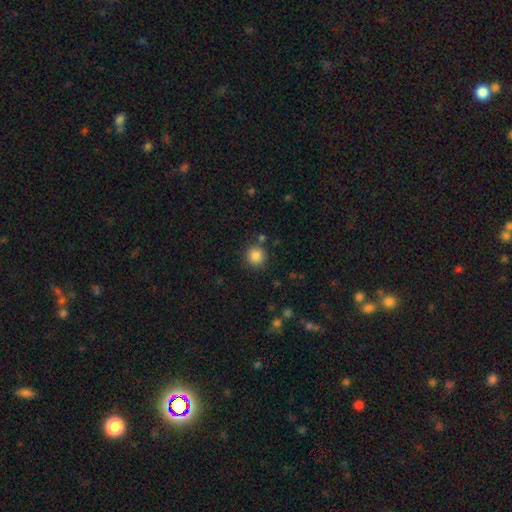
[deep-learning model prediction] Smooth or featured: smooth — 86% (star or artifact — 10%)
How rounded: round — 93% (in between — 6%)
Merging: none — 84% (minor disturbance — 8%)